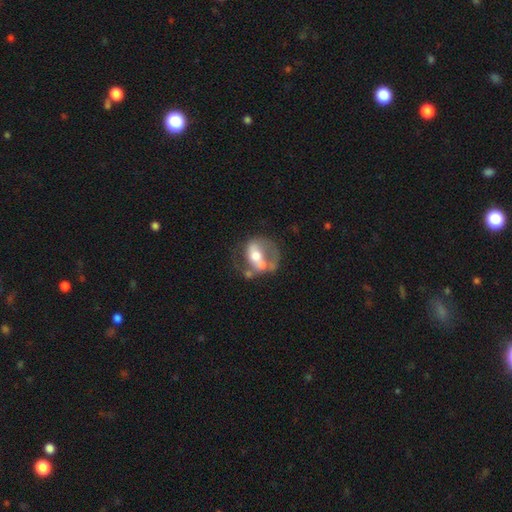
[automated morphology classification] featured or disk 60%, smooth 33%, star or artifact 8%. Down the decision tree: edge-on disk — no (96%); bar — no (57%); spiral arms — no (63%); bulge size — moderate (63%); merging — merger (29%).